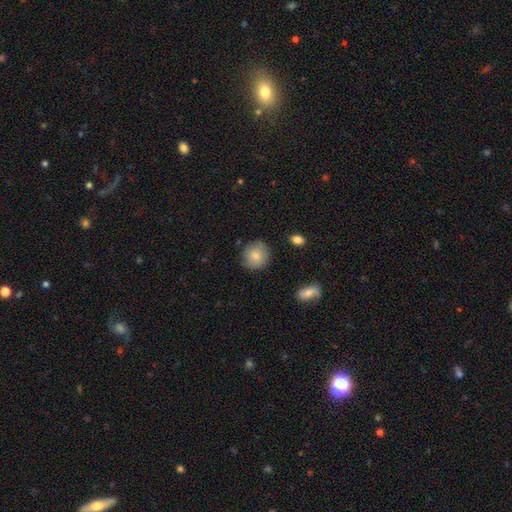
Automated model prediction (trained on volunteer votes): Overall: smooth (81%). How rounded: round (86%). Merging: none (81%).